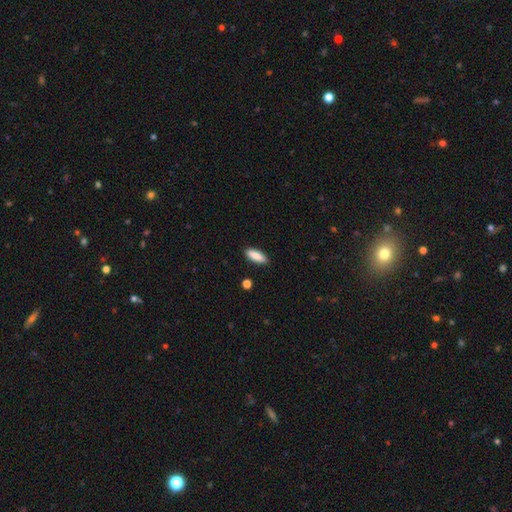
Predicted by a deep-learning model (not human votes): Q: Smooth or featured?
A: smooth (86%); runner-up: featured or disk (7%)
Q: How rounded?
A: in between (59%); runner-up: cigar-shaped (39%)
Q: Merging?
A: none (87%); runner-up: minor disturbance (9%)